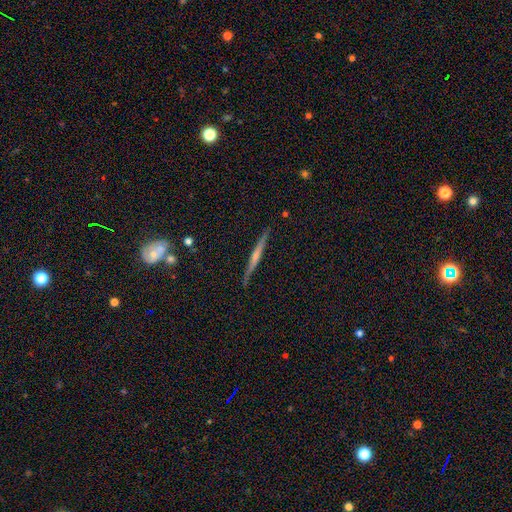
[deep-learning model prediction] A featured or disk galaxy (69%) viewed edge-on (97%) with a rounded central bulge (64%). Merging: none (89%).